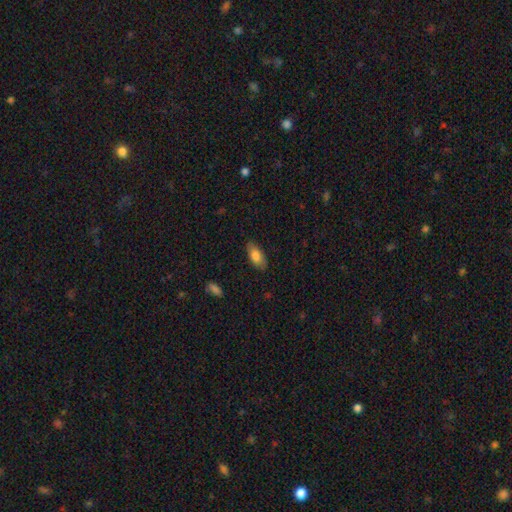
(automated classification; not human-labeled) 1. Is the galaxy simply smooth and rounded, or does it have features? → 80% smooth, 14% featured or disk, 7% star or artifact.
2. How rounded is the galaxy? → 90% in between, 8% cigar-shaped, 3% round.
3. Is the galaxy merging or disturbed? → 84% none, 13% minor disturbance, 2% major disturbance, 1% merger.